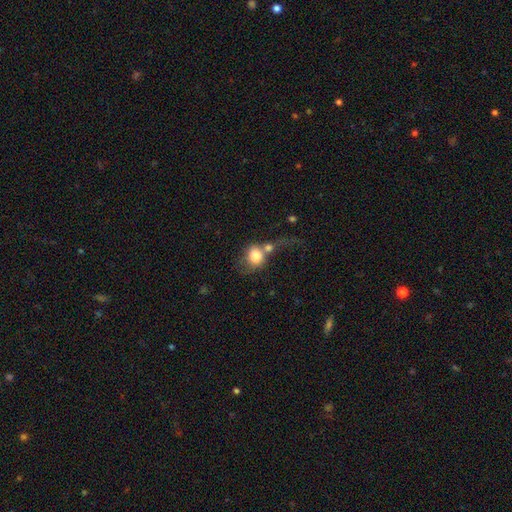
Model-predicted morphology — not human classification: Smooth or featured: smooth — 75% (featured or disk — 17%)
How rounded: round — 64% (in between — 35%)
Merging: merger — 53% (major disturbance — 19%)